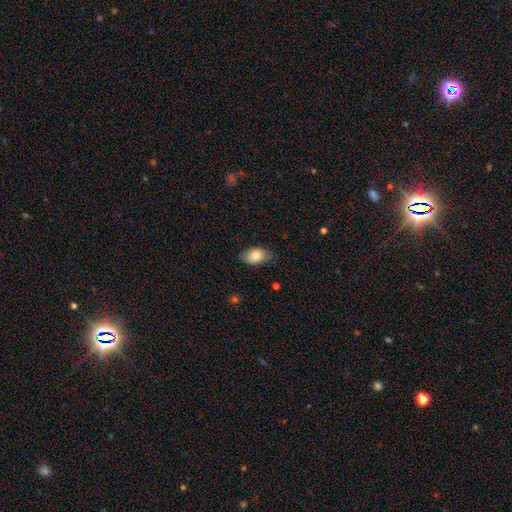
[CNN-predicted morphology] Overall: smooth (83%). How rounded: in between (90%). Merging: none (78%).